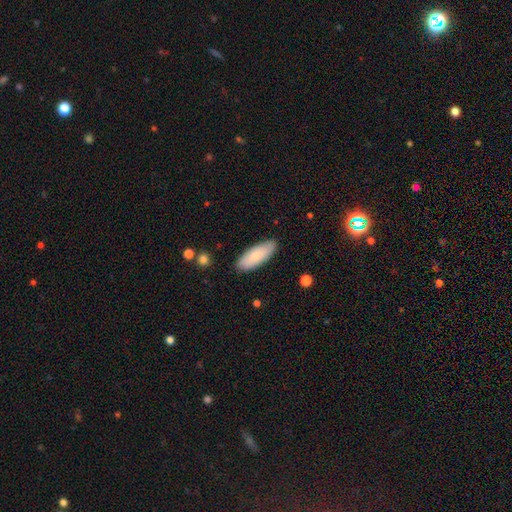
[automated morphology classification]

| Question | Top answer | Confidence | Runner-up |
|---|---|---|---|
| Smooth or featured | smooth | 78% | featured or disk (16%) |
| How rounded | in between | 75% | cigar-shaped (23%) |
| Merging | none | 87% | minor disturbance (10%) |